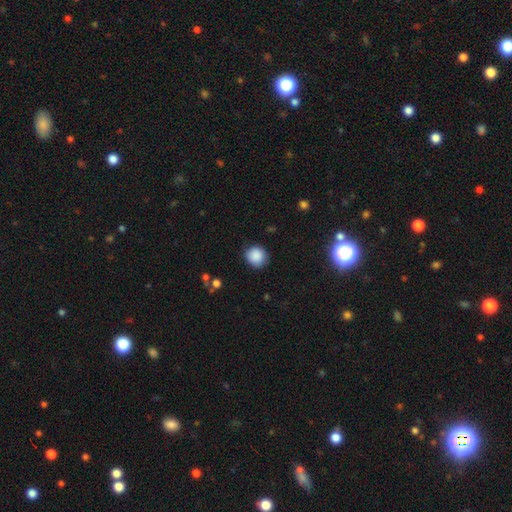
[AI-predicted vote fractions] Smooth or featured? Predicted: smooth (p=0.87). How rounded? Predicted: round (p=0.88). Merging? Predicted: none (p=0.84).